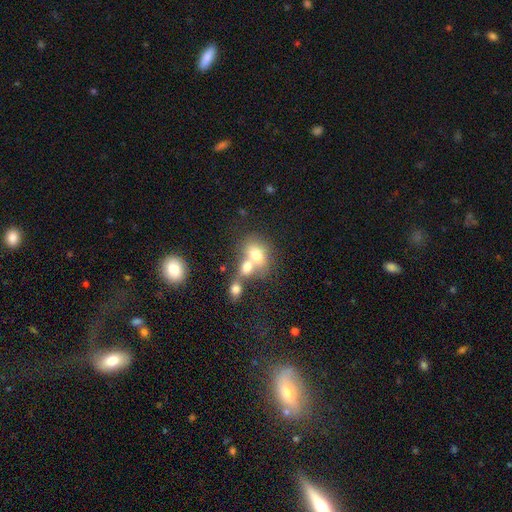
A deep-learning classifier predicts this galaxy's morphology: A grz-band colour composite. It shows a smooth galaxy with no disk features (69%) that is in between round and cigar-shaped (66%). Merging: merger (60%).